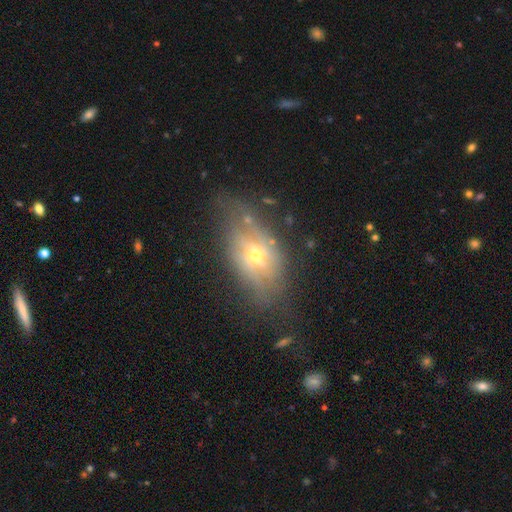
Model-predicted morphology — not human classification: Q: Smooth or featured?
A: featured or disk (59%); runner-up: smooth (30%)
Q: Edge-on disk?
A: yes (53%); runner-up: no (47%)
Q: Merging?
A: none (59%); runner-up: minor disturbance (24%)